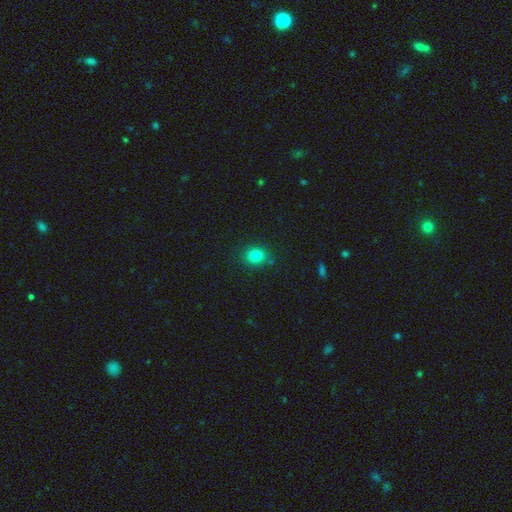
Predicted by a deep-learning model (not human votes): A smooth galaxy with no disk features (82%) that is round (66%). Merging: none (85%).